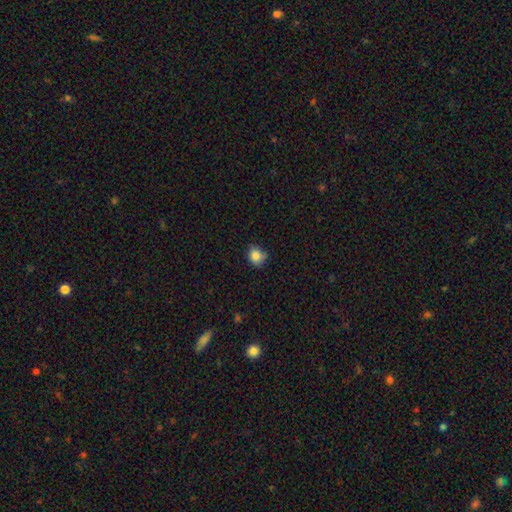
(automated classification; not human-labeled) Morphology: type=smooth (85%); roundness=round (73%); merging=none (66%).